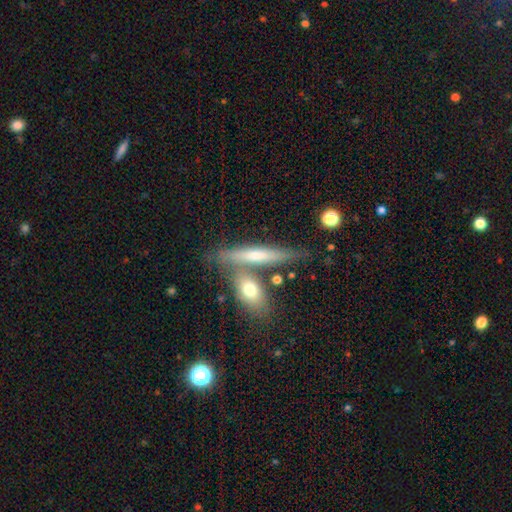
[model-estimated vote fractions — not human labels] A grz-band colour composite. It shows a smooth galaxy with no disk features (52%) that is cigar-shaped (82%). Merging: none (60%).